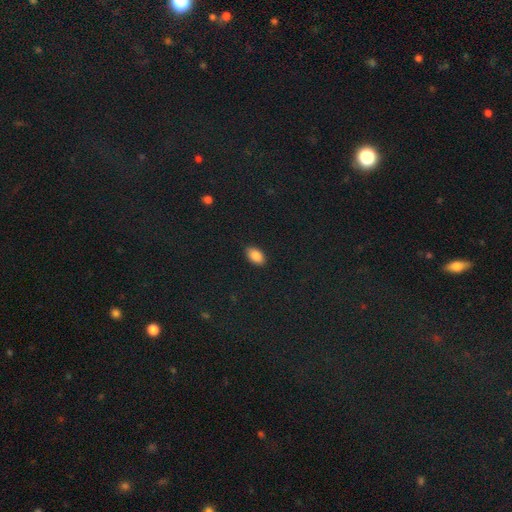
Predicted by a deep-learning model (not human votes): Smooth or featured?
  - smooth: 86% *
  - star or artifact: 9%
  - featured or disk: 5%
How rounded?
  - in between: 93% *
  - round: 5%
  - cigar-shaped: 2%
Merging?
  - none: 87% *
  - minor disturbance: 10%
  - major disturbance: 2%
  - merger: 1%